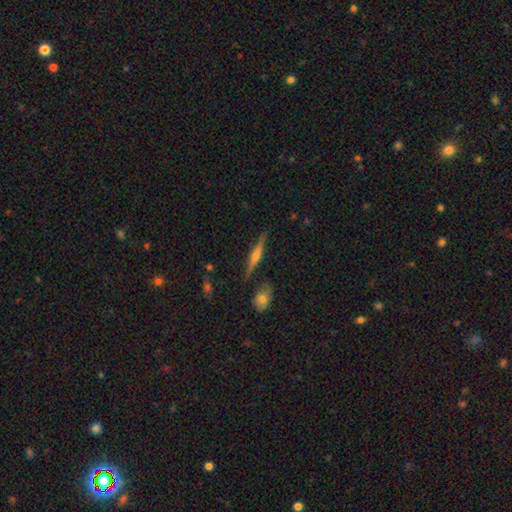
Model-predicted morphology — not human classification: Smooth or featured: featured or disk — 70% (smooth — 23%)
Edge-on disk: yes — 97% (no — 3%)
Edge-on bulge: rounded — 76% (boxy — 14%)
Merging: none — 87% (minor disturbance — 9%)